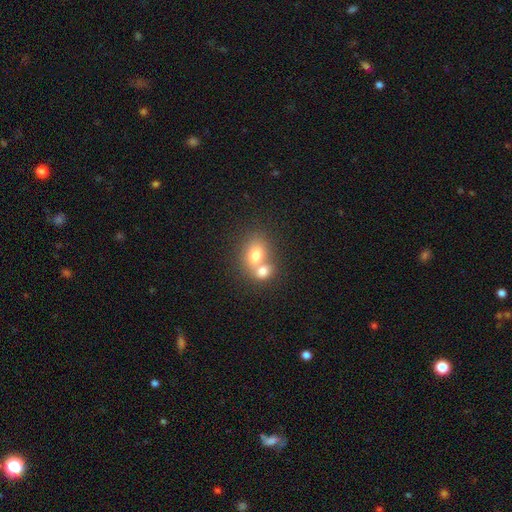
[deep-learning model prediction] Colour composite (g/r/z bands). It shows a smooth galaxy with no disk features (74%) that is in between round and cigar-shaped (52%). Merging: merger (66%).